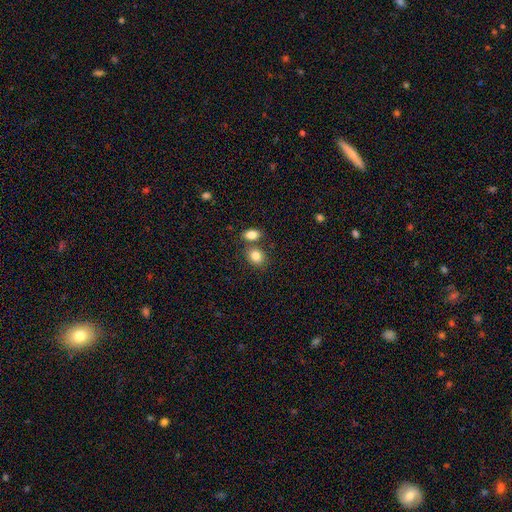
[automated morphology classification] Smooth or featured?
  - smooth: 84% *
  - star or artifact: 9%
  - featured or disk: 7%
How rounded?
  - in between: 55% *
  - round: 43%
  - cigar-shaped: 1%
Merging?
  - none: 60% *
  - merger: 27%
  - minor disturbance: 10%
  - major disturbance: 3%